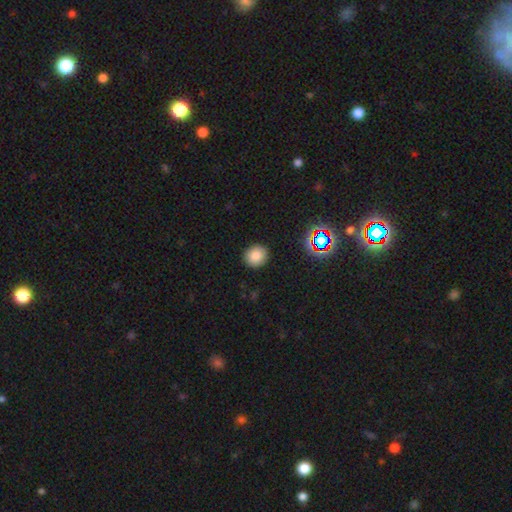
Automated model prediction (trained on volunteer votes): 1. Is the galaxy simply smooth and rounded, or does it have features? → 80% smooth, 13% star or artifact, 7% featured or disk.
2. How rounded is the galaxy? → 84% round, 15% in between, 1% cigar-shaped.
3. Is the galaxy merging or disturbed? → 91% none, 6% minor disturbance, 2% major disturbance, 1% merger.